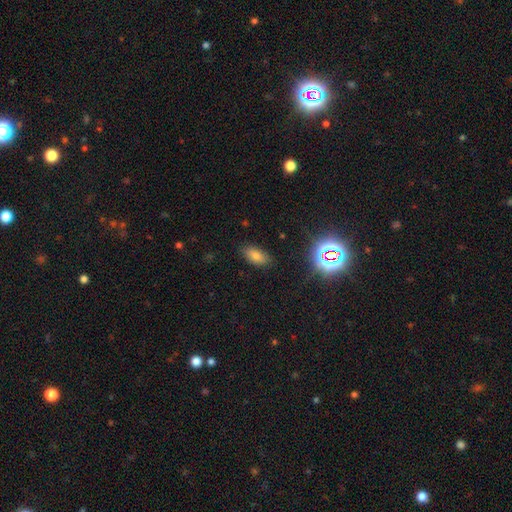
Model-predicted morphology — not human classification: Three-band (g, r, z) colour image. It shows a smooth galaxy with no disk features (71%) that is in between round and cigar-shaped (90%). Merging: none (85%).